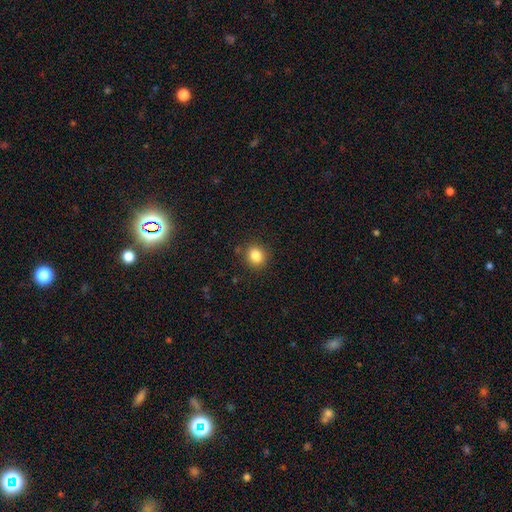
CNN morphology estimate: This is clearly a smooth galaxy (83%). How rounded: likely round (77%). Merging: clearly none (87%).